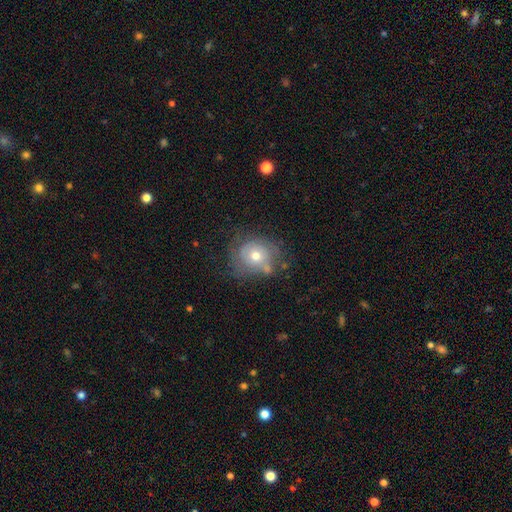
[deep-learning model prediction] smooth-or-featured: featured or disk: 48% | smooth: 42% | star or artifact: 10%
  merging: none: 56% | minor disturbance: 24% | major disturbance: 14% | merger: 6%